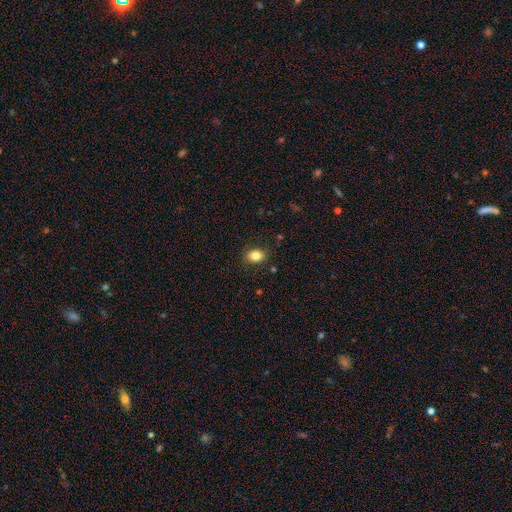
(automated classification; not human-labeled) Morphology: type=smooth (83%); roundness=in between (62%); merging=none (85%).